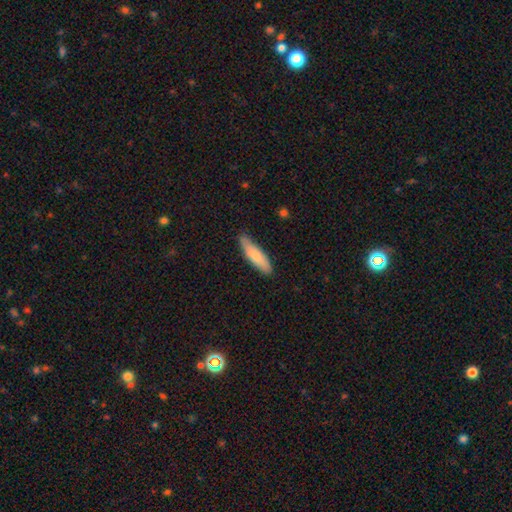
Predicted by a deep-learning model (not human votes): A smooth galaxy with no disk features (77%) that is cigar-shaped (69%).

Vote fractions:
- Smooth or featured? smooth: 77% / featured or disk: 17% / star or artifact: 6%
- How rounded? cigar-shaped: 69% / in between: 30% / round: 2%
- Merging? none: 83% / minor disturbance: 14% / major disturbance: 2% / merger: 1%